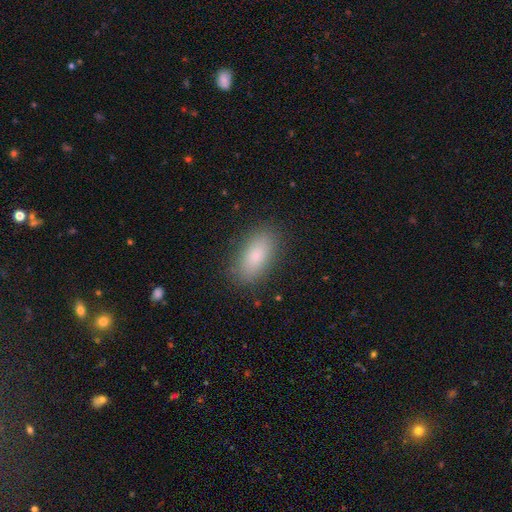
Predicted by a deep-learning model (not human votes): The model was most divided on "smooth or featured": smooth: 83%, featured or disk: 10%, star or artifact: 8%. More confident: how rounded — in between (88%); merging — none (85%).